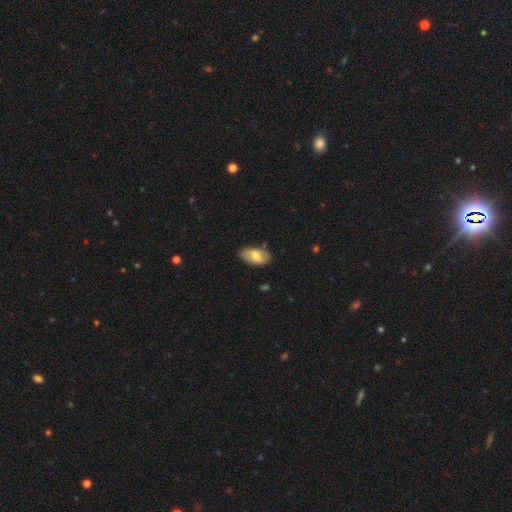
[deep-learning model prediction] smooth_or_featured: smooth (p=0.61) [alt: featured or disk p=0.33]
how_rounded: in between (p=0.93) [alt: round p=0.04]
merging: none (p=0.76) [alt: minor disturbance p=0.18]